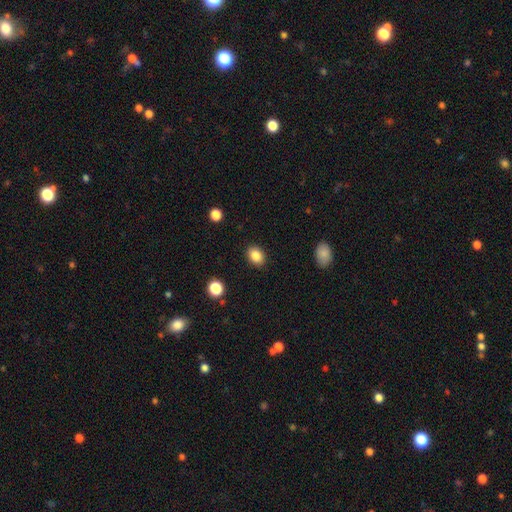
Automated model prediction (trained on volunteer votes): This is clearly a smooth galaxy (86%). How rounded: likely in between (68%). Merging: clearly none (89%).